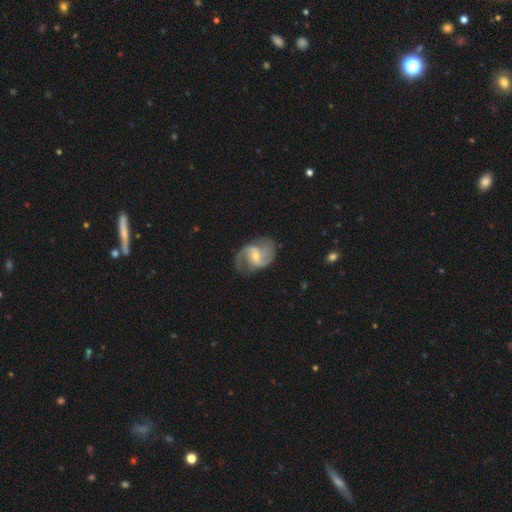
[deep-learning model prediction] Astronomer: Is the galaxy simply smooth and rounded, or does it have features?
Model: featured or disk — 86%.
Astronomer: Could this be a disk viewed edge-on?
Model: no — 98%.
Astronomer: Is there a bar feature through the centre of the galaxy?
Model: weak — 51%.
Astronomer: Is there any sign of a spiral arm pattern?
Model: yes — 96%.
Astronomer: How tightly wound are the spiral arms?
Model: medium — 47% (runner-up: loose, 40%).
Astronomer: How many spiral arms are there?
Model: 2 — 86%.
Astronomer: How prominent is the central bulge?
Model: small — 53% (runner-up: moderate, 42%).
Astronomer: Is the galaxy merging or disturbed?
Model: none — 72%.